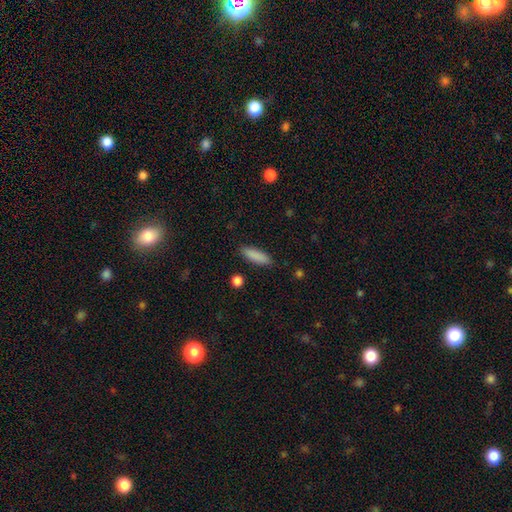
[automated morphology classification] A smooth galaxy with no disk features (87%) that is cigar-shaped (55%).

Vote fractions:
- Smooth or featured? smooth: 87% / star or artifact: 7% / featured or disk: 6%
- How rounded? cigar-shaped: 55% / in between: 43% / round: 2%
- Merging? none: 88% / minor disturbance: 9% / major disturbance: 2% / merger: 2%